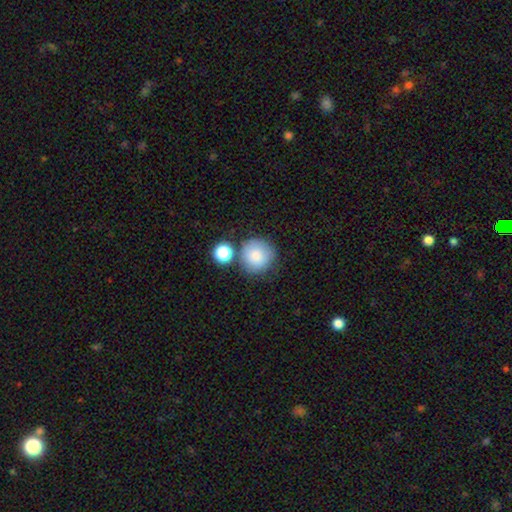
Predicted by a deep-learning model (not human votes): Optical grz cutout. It shows a smooth galaxy with no disk features (81%) that is round (94%). Merging: none (69%).